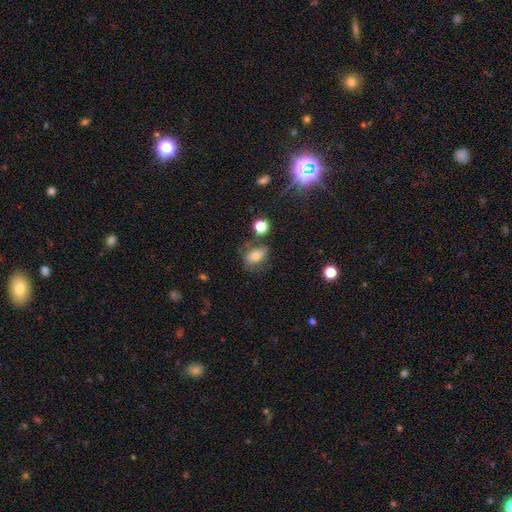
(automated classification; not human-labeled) smooth 68%, featured or disk 20%, star or artifact 12%. Down the decision tree: how rounded — in between (78%); merging — none (55%).